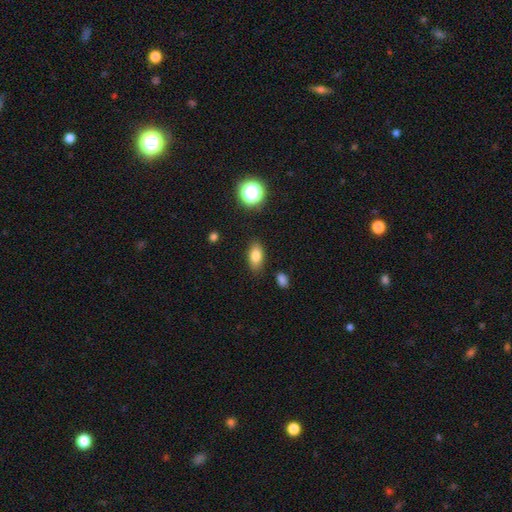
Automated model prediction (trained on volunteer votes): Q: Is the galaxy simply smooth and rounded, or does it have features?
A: smooth — 81%.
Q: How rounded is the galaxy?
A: in between — 87%.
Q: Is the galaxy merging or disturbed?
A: none — 85%.